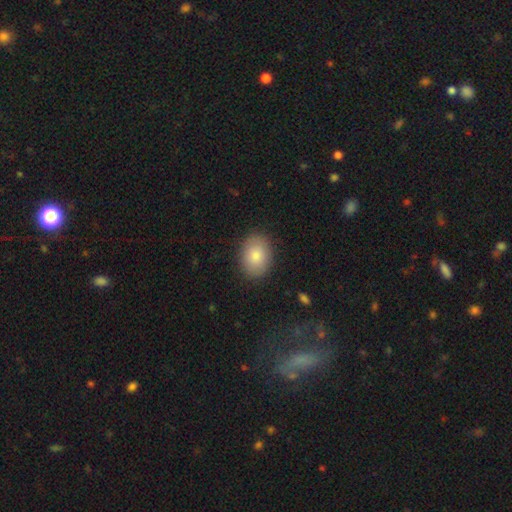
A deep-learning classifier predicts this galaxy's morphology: Overall: smooth (84%). How rounded: in between (74%). Merging: none (88%).